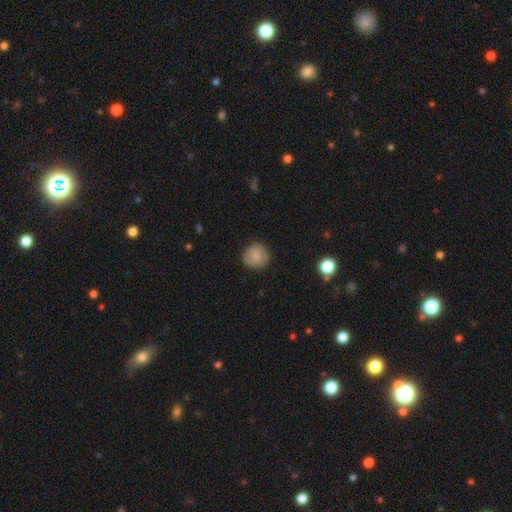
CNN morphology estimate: Smooth or featured?
  - smooth: 84% *
  - featured or disk: 9%
  - star or artifact: 8%
How rounded?
  - round: 91% *
  - in between: 8%
  - cigar-shaped: 1%
Merging?
  - none: 84% *
  - minor disturbance: 12%
  - major disturbance: 3%
  - merger: 1%